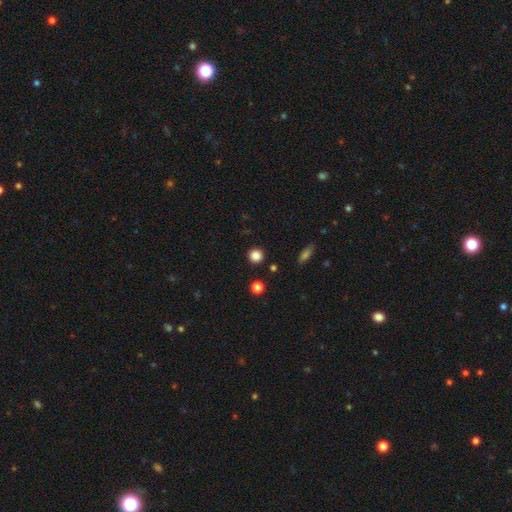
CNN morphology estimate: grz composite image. It shows a smooth galaxy with no disk features (85%) that is round (94%). Merging: none (91%).